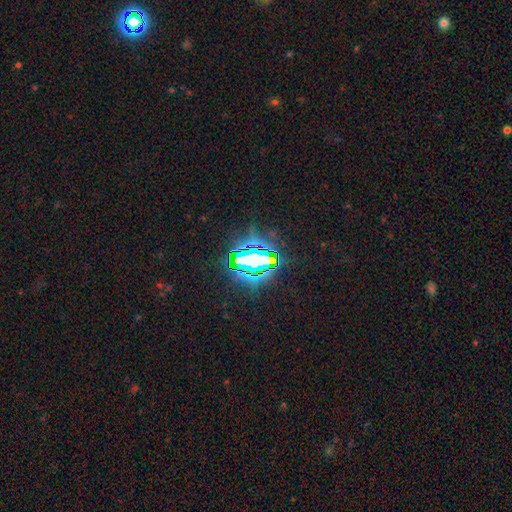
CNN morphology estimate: Smooth or featured? Predicted: star or artifact (p=0.75).